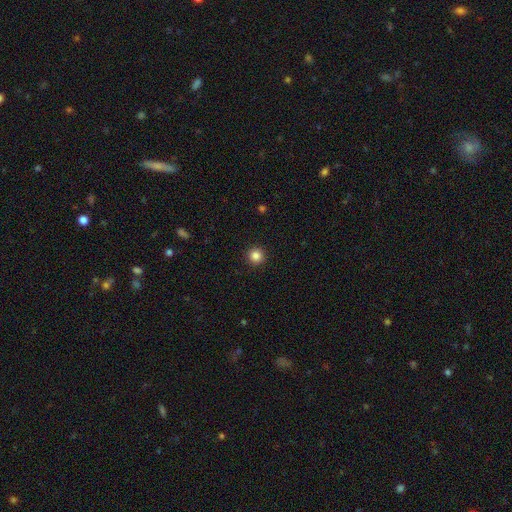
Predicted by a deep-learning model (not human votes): This appears to be a smooth galaxy with no disk features (85%) that is round (96%). Merging: none (93%).